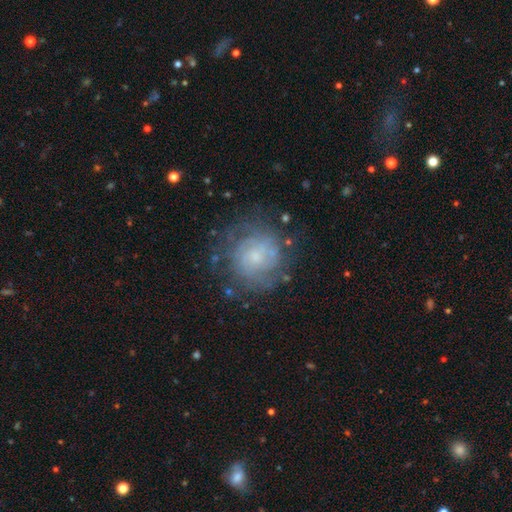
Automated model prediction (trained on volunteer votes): smooth_or_featured: featured or disk (p=0.59) [alt: smooth p=0.30]
disk_edge_on: no (p=0.98) [alt: yes p=0.02]
bar: no (p=0.75) [alt: weak p=0.21]
has_spiral_arms: yes (p=0.74) [alt: no p=0.26]
bulge_size: small (p=0.55) [alt: moderate p=0.27]
merging: none (p=0.71) [alt: minor disturbance p=0.17]